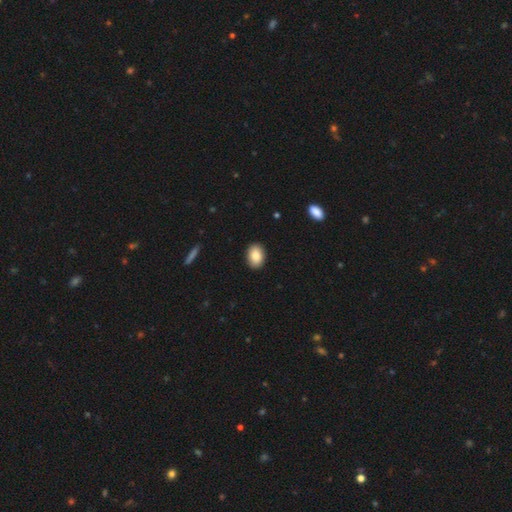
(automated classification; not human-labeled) This appears to be a smooth galaxy with no disk features (87%) that is in between round and cigar-shaped (83%). Merging: none (90%).